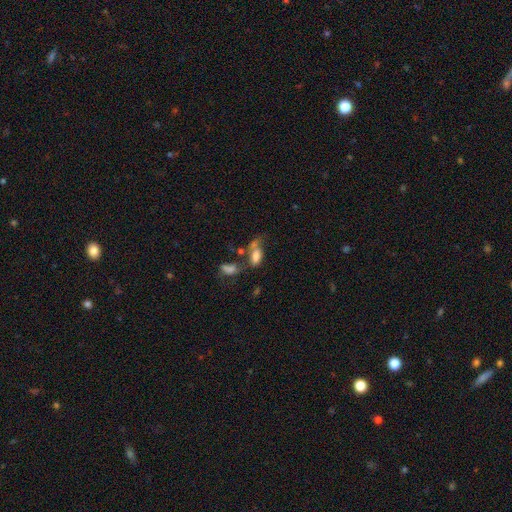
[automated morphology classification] Q: Smooth or featured?
A: smooth (69%); runner-up: featured or disk (19%)
Q: How rounded?
A: in between (86%); runner-up: cigar-shaped (8%)
Q: Merging?
A: merger (37%); runner-up: none (27%)